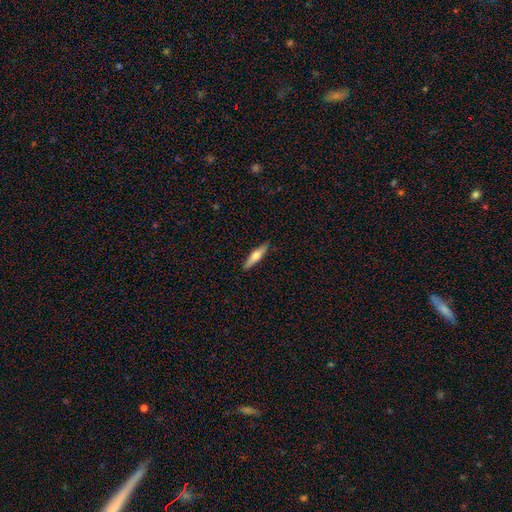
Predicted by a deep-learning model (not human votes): Q: Smooth or featured?
A: smooth (52%); runner-up: featured or disk (42%)
Q: How rounded?
A: cigar-shaped (79%); runner-up: in between (19%)
Q: Merging?
A: none (90%); runner-up: minor disturbance (8%)